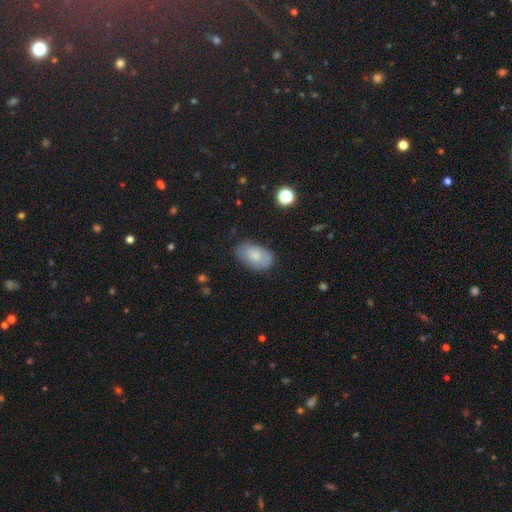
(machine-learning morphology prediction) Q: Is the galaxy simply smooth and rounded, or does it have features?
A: smooth — 72%.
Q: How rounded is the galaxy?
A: in between — 92%.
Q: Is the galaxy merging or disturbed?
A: none — 75%.